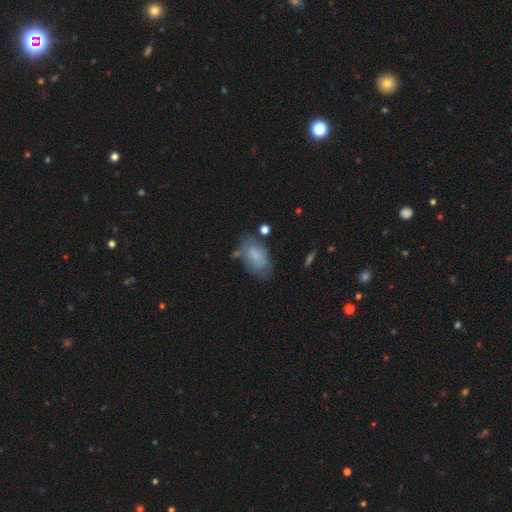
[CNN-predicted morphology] smooth-or-featured: smooth: 74% | featured or disk: 18% | star or artifact: 8%
  how-rounded: in between: 89% | round: 9% | cigar-shaped: 2%
  merging: none: 49% | minor disturbance: 30% | major disturbance: 14% | merger: 7%